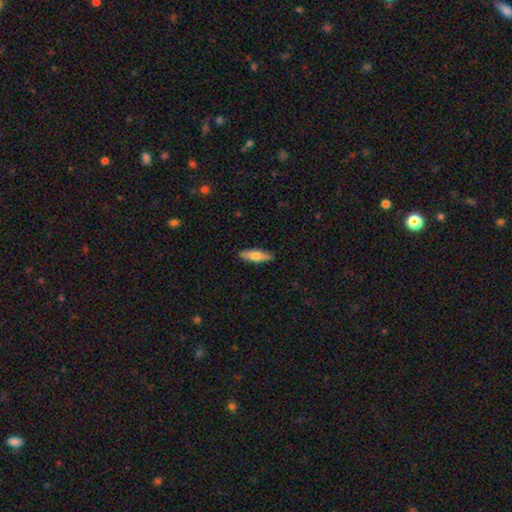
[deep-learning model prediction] smooth-or-featured: smooth: 67% | featured or disk: 27% | star or artifact: 6%
  how-rounded: in between: 51% | cigar-shaped: 47% | round: 2%
  merging: none: 89% | minor disturbance: 8% | major disturbance: 2% | merger: 1%